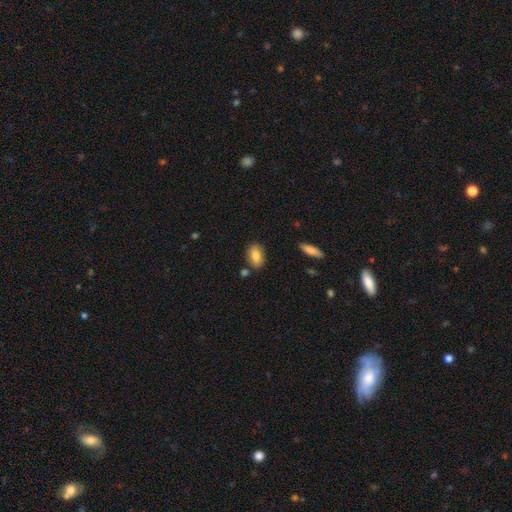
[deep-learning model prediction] A smooth galaxy with no disk features (83%) that is in between round and cigar-shaped (88%).

Vote fractions:
- Smooth or featured? smooth: 83% / featured or disk: 10% / star or artifact: 7%
- How rounded? in between: 88% / round: 8% / cigar-shaped: 3%
- Merging? none: 81% / minor disturbance: 12% / merger: 5% / major disturbance: 2%